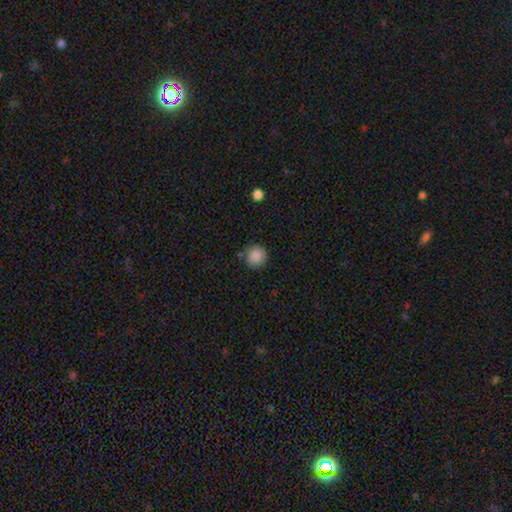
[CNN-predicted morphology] smooth_or_featured: smooth (p=0.88) [alt: star or artifact p=0.09]
how_rounded: round (p=0.94) [alt: in between p=0.05]
merging: none (p=0.86) [alt: minor disturbance p=0.08]